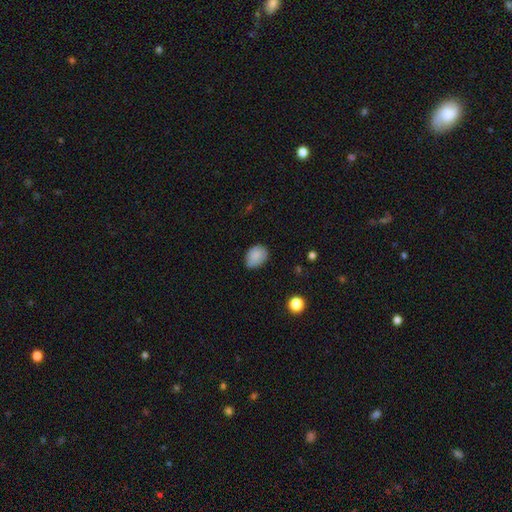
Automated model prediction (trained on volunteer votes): This appears to be a smooth galaxy with no disk features (82%) that is in between round and cigar-shaped (71%). Merging: none (67%).